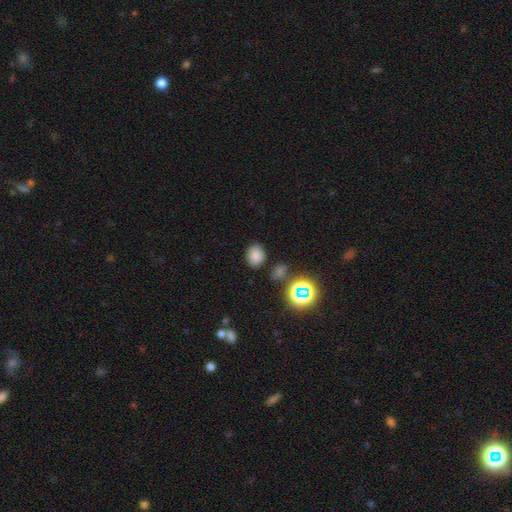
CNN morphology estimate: A smooth galaxy with no disk features (76%) that is in between round and cigar-shaped (55%). Merging: none (81%).